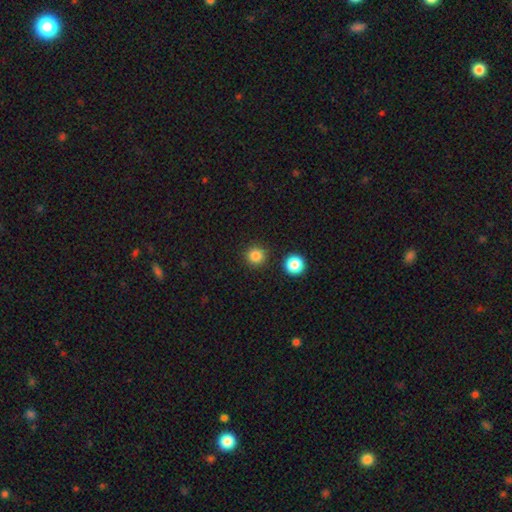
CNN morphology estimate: smooth_or_featured: smooth (p=0.84) [alt: star or artifact p=0.12]
how_rounded: round (p=0.95) [alt: in between p=0.04]
merging: none (p=0.89) [alt: minor disturbance p=0.05]